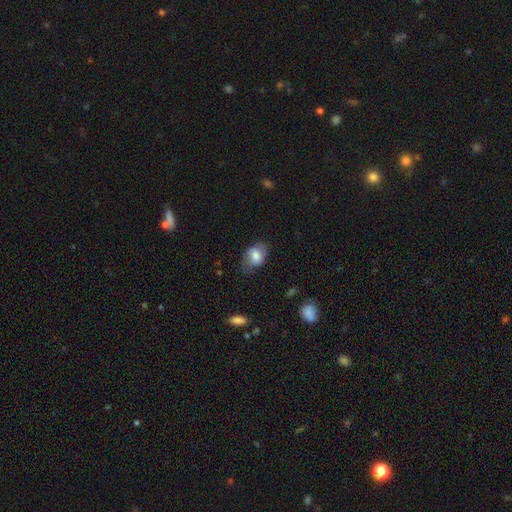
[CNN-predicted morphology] Q: Smooth or featured?
A: smooth (75%); runner-up: featured or disk (17%)
Q: How rounded?
A: in between (78%); runner-up: round (20%)
Q: Merging?
A: none (63%); runner-up: minor disturbance (26%)